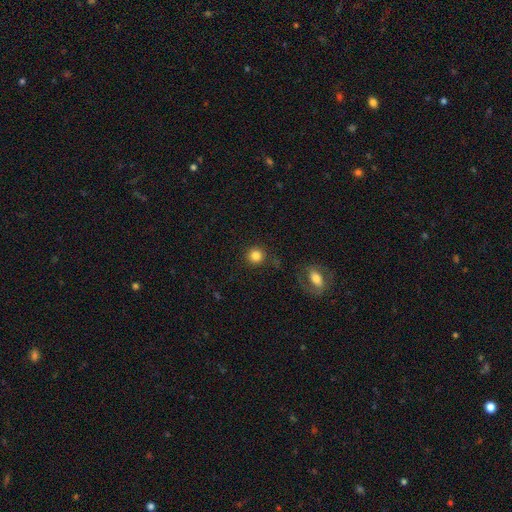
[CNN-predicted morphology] type=smooth (83%); roundness=round (94%); merging=none (86%).